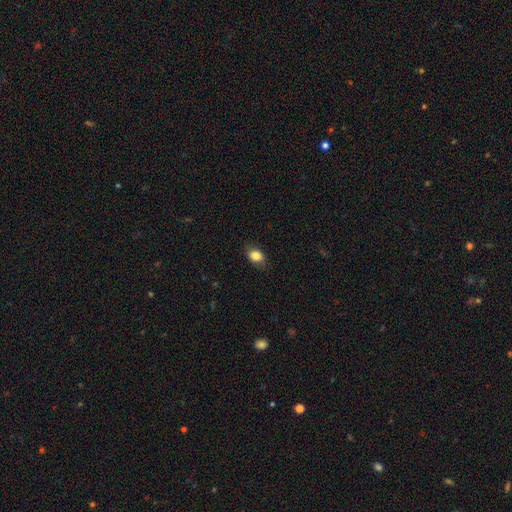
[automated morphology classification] Overall: smooth (83%). How rounded: in between (72%). Merging: none (79%).